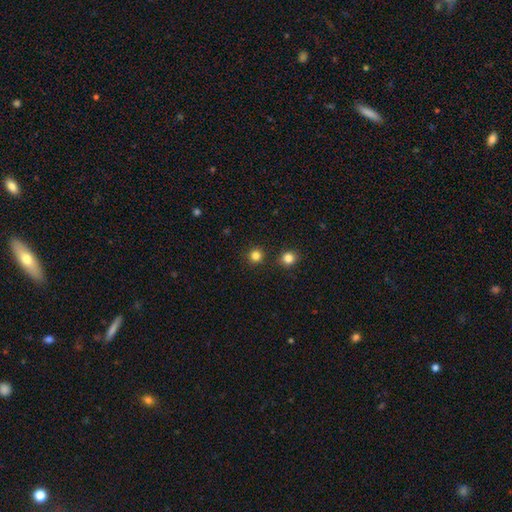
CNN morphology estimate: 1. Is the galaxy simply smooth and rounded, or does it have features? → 82% smooth, 14% star or artifact, 4% featured or disk.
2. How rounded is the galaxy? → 94% round, 5% in between, 1% cigar-shaped.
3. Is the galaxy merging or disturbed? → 89% none, 5% minor disturbance, 4% merger, 2% major disturbance.